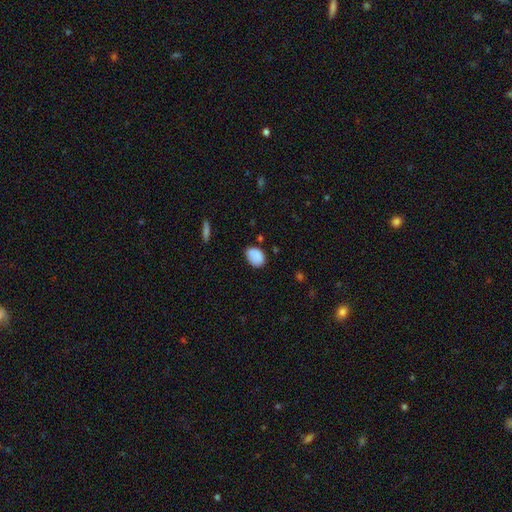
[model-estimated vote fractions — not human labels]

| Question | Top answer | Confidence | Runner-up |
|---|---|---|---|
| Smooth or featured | smooth | 86% | star or artifact (8%) |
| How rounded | in between | 77% | round (22%) |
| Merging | none | 71% | minor disturbance (21%) |